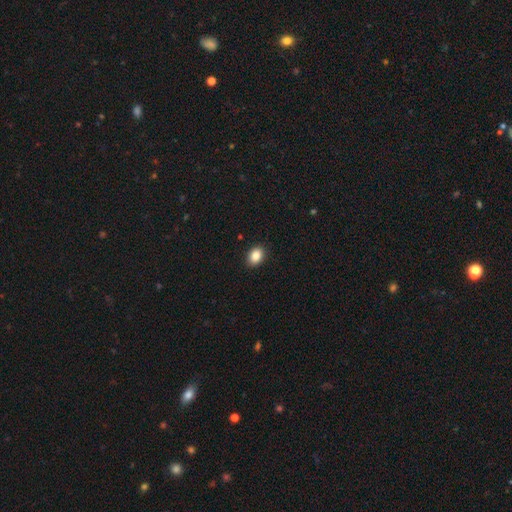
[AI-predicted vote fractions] Morphology: type=smooth (87%); roundness=in between (74%); merging=none (90%).